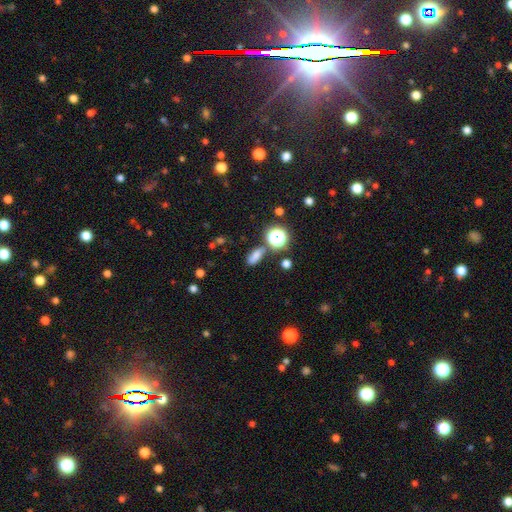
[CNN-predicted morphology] This is likely a smooth galaxy (66%). How rounded: likely in between (72%). Merging: likely none (69%).